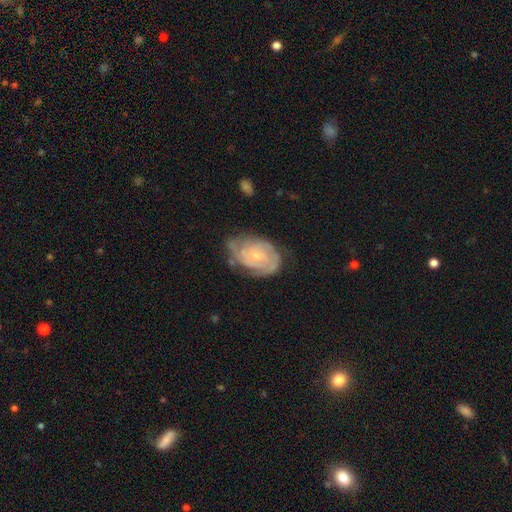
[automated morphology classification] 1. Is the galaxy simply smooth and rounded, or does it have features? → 81% featured or disk, 13% smooth, 6% star or artifact.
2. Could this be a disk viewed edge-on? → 97% no, 3% yes.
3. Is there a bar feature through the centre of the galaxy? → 66% no, 29% weak, 5% strong.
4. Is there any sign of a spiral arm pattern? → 94% yes, 6% no.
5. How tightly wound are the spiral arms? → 69% tight, 25% medium, 5% loose.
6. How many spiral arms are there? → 37% 2, 29% can't tell, 19% 3, 7% 4, 5% 1, 4% more than 4.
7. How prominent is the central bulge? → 76% small, 17% moderate, 5% none, 1% large, 1% dominant.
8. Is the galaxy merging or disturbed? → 63% none, 26% minor disturbance, 9% major disturbance, 2% merger.